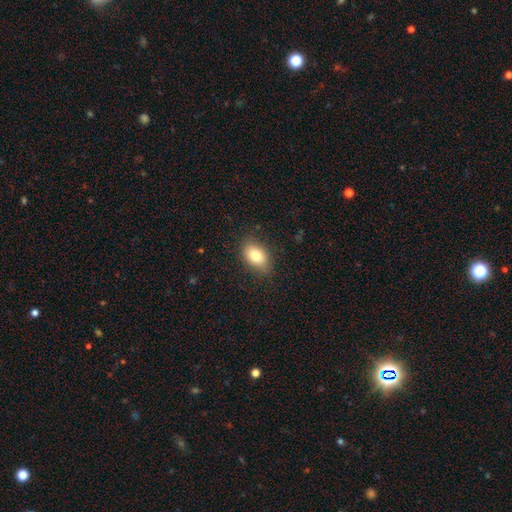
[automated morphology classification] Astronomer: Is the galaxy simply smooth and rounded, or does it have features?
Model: smooth — 81%.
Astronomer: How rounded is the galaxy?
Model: in between — 85%.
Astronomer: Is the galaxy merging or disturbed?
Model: none — 82%.